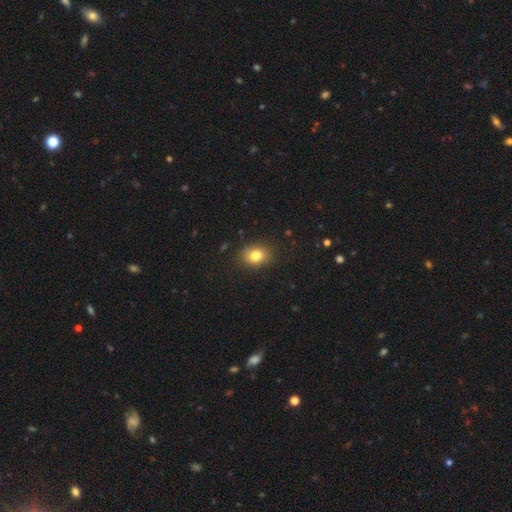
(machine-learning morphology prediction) Smooth or featured?
  - smooth: 81% *
  - star or artifact: 11%
  - featured or disk: 8%
How rounded?
  - in between: 52% *
  - round: 47%
  - cigar-shaped: 1%
Merging?
  - none: 85% *
  - minor disturbance: 11%
  - major disturbance: 3%
  - merger: 1%